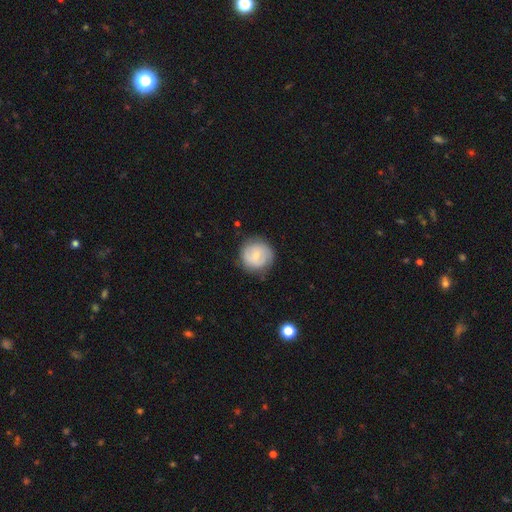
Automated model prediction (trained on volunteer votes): Smooth or featured: smooth — 55% (featured or disk — 38%)
How rounded: round — 92% (in between — 7%)
Merging: none — 79% (minor disturbance — 15%)